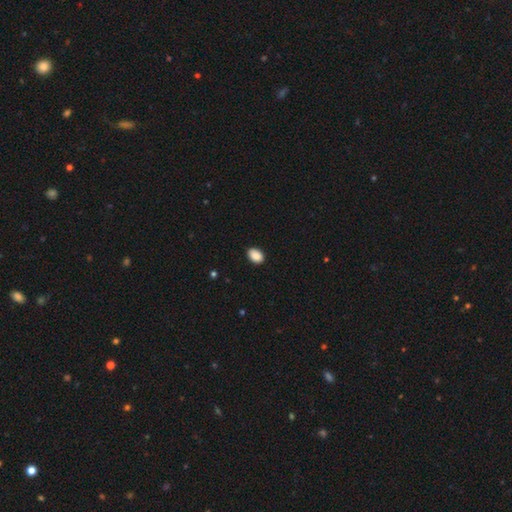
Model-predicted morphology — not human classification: A smooth galaxy with no disk features (90%) that is in between round and cigar-shaped (84%). Merging: none (89%).